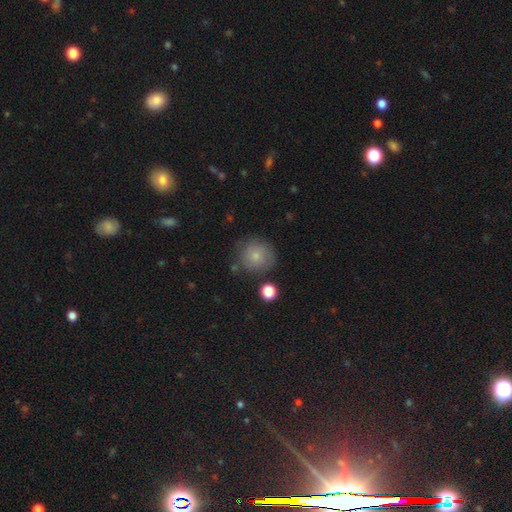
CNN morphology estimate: type=smooth (76%); roundness=round (90%); merging=none (74%).